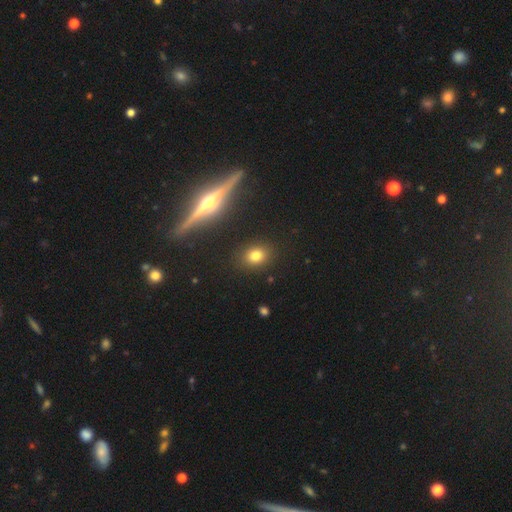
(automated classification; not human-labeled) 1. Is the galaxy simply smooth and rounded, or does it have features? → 77% smooth, 12% star or artifact, 10% featured or disk.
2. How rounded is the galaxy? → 50% in between, 47% round, 2% cigar-shaped.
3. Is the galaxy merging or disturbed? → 89% none, 7% minor disturbance, 2% major disturbance, 2% merger.